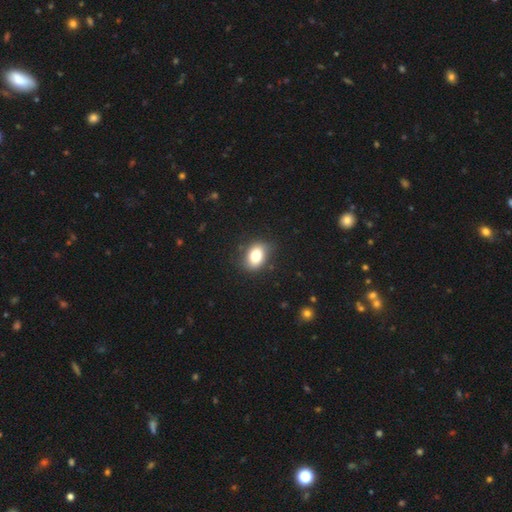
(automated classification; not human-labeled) Smooth or featured?
  - smooth: 79% *
  - featured or disk: 11%
  - star or artifact: 9%
How rounded?
  - in between: 70% *
  - round: 29%
  - cigar-shaped: 1%
Merging?
  - none: 82% *
  - minor disturbance: 14%
  - major disturbance: 3%
  - merger: 1%